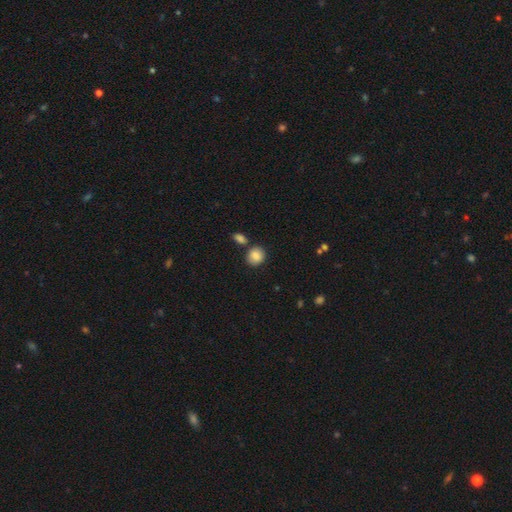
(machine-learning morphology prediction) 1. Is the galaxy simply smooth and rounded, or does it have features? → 85% smooth, 8% star or artifact, 7% featured or disk.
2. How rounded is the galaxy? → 75% round, 24% in between, 1% cigar-shaped.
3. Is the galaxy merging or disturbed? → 74% none, 12% merger, 11% minor disturbance, 3% major disturbance.